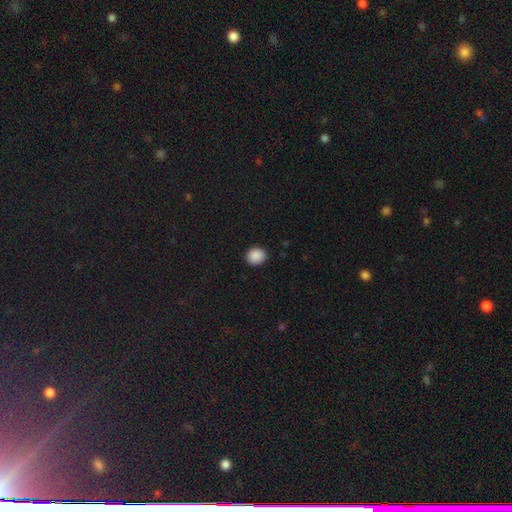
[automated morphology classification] Smooth or featured?
  - smooth: 89% *
  - star or artifact: 9%
  - featured or disk: 2%
How rounded?
  - round: 76% *
  - in between: 24%
  - cigar-shaped: 1%
Merging?
  - none: 91% *
  - minor disturbance: 6%
  - major disturbance: 2%
  - merger: 1%